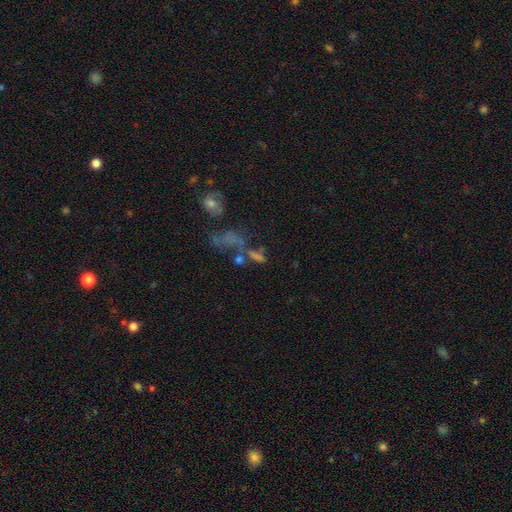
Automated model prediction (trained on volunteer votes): Morphology: type=smooth (37%); merging=merger (35%).